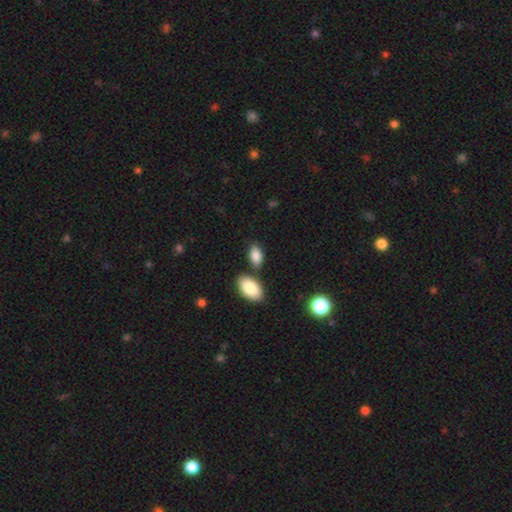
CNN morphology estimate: Smooth or featured?
  - smooth: 86% *
  - star or artifact: 7%
  - featured or disk: 7%
How rounded?
  - in between: 92% *
  - round: 6%
  - cigar-shaped: 2%
Merging?
  - none: 68% *
  - minor disturbance: 14%
  - merger: 14%
  - major disturbance: 4%